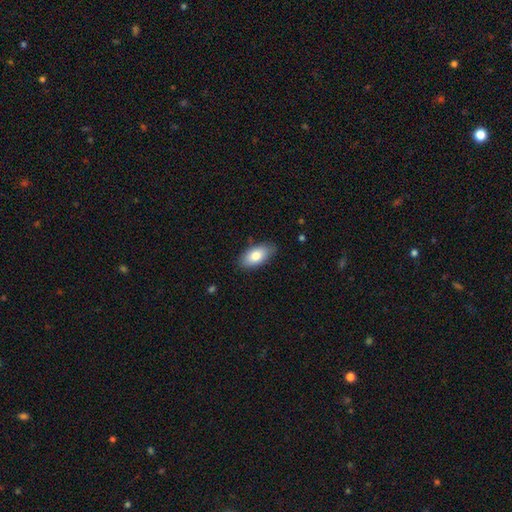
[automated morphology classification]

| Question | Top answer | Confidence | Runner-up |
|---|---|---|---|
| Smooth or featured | smooth | 81% | featured or disk (13%) |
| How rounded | in between | 92% | cigar-shaped (5%) |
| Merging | none | 82% | minor disturbance (14%) |